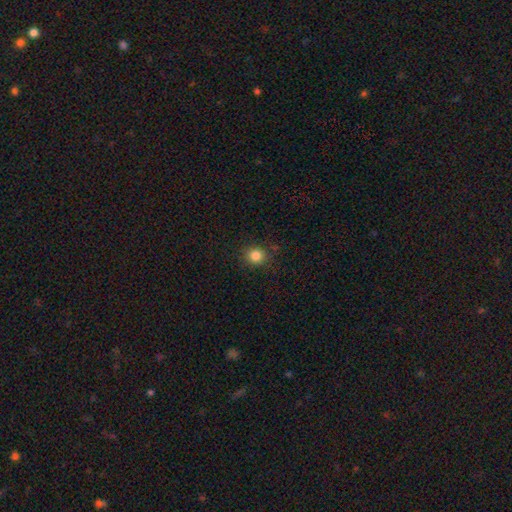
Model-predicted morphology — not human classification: Overall: smooth (84%). How rounded: round (86%). Merging: none (87%).